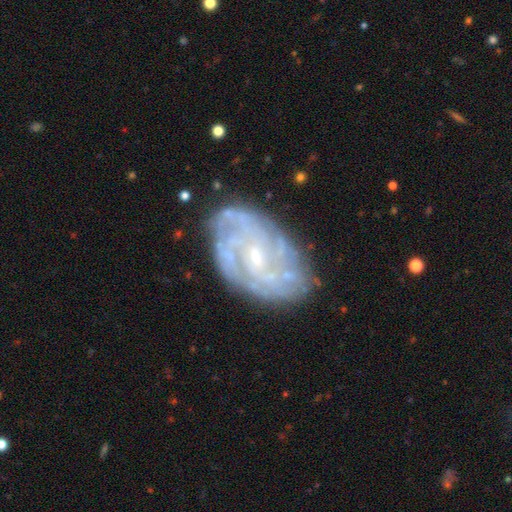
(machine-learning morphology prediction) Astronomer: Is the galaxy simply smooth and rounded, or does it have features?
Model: featured or disk — 81%.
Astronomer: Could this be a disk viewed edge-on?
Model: no — 96%.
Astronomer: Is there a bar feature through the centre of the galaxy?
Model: no — 57% (runner-up: weak, 36%).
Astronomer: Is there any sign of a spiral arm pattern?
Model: yes — 85%.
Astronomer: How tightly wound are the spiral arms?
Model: tight — 59%.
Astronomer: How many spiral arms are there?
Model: can't tell — 47%.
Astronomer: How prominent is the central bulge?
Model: small — 76%.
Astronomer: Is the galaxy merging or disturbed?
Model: none — 75%.